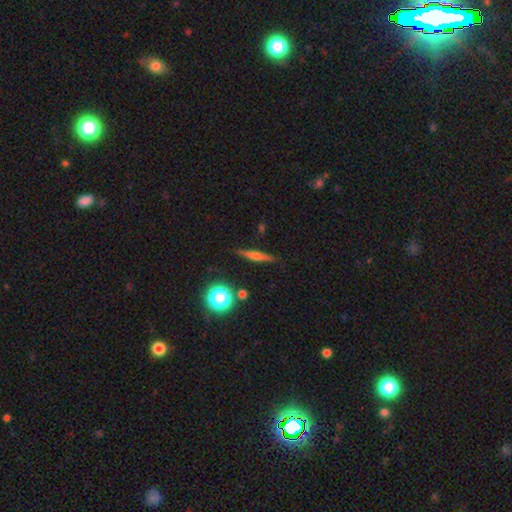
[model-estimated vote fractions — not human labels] Smooth or featured: featured or disk — 52% (smooth — 37%)
Edge-on disk: yes — 95% (no — 5%)
Merging: none — 87% (minor disturbance — 9%)